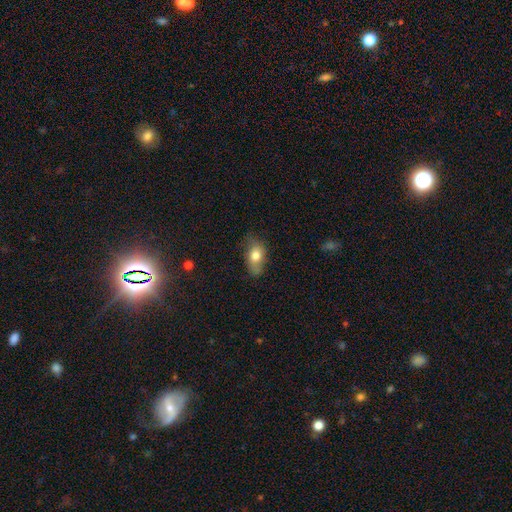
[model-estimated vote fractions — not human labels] A smooth galaxy with no disk features (73%) that is in between round and cigar-shaped (86%).

Vote fractions:
- Smooth or featured? smooth: 73% / featured or disk: 19% / star or artifact: 8%
- How rounded? in between: 86% / round: 10% / cigar-shaped: 4%
- Merging? none: 66% / minor disturbance: 26% / major disturbance: 6% / merger: 2%